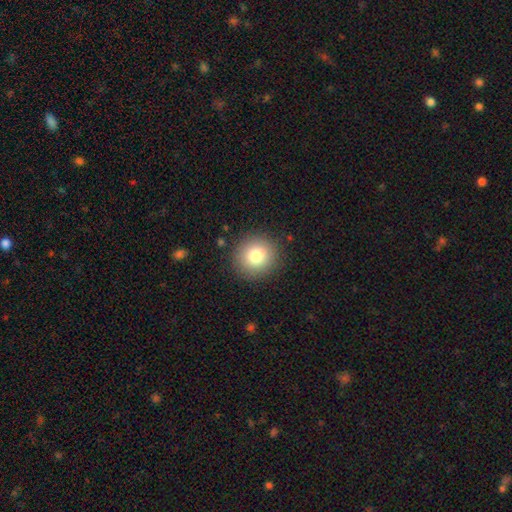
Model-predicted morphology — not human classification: A smooth galaxy with no disk features (81%) that is round (91%).

Vote fractions:
- Smooth or featured? smooth: 81% / star or artifact: 10% / featured or disk: 9%
- How rounded? round: 91% / in between: 8% / cigar-shaped: 1%
- Merging? none: 89% / minor disturbance: 7% / major disturbance: 3% / merger: 1%